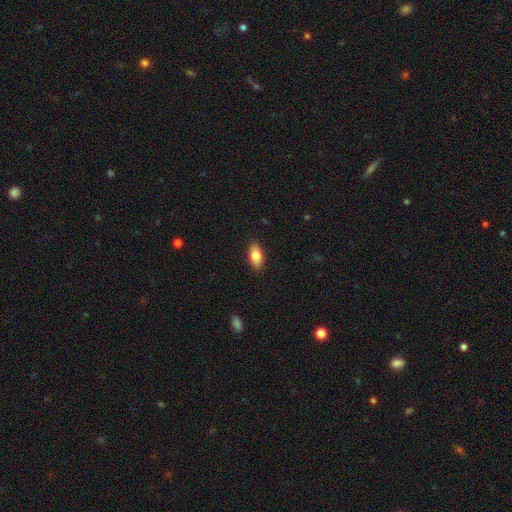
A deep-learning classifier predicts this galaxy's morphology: smooth-or-featured: smooth: 82% | featured or disk: 11% | star or artifact: 7%
  how-rounded: in between: 90% | cigar-shaped: 6% | round: 4%
  merging: none: 89% | minor disturbance: 8% | major disturbance: 2% | merger: 1%